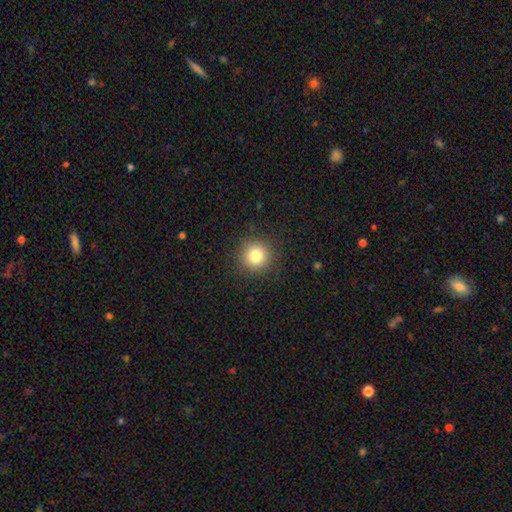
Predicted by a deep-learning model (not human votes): smooth_or_featured: smooth (p=0.81) [alt: star or artifact p=0.12]
how_rounded: round (p=0.94) [alt: in between p=0.05]
merging: none (p=0.91) [alt: minor disturbance p=0.06]